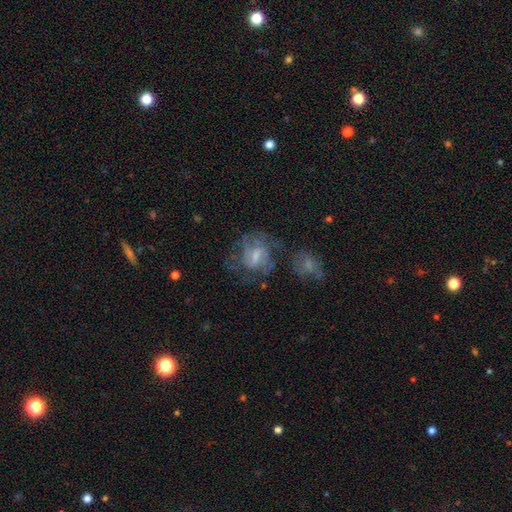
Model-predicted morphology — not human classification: Smooth or featured? featured or disk (61%)
Edge-on disk? no (97%)
Bar? weak (54%)
Spiral arms? yes (70%)
Bulge size? small (42%)
Merging? none (47%)